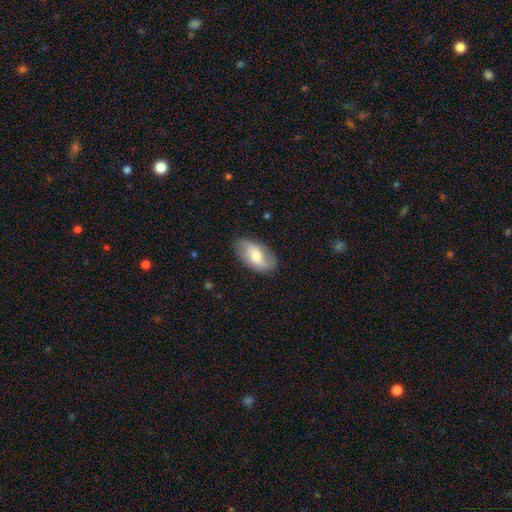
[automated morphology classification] This appears to be a featured or disk galaxy (51%). Merging: none (82%).